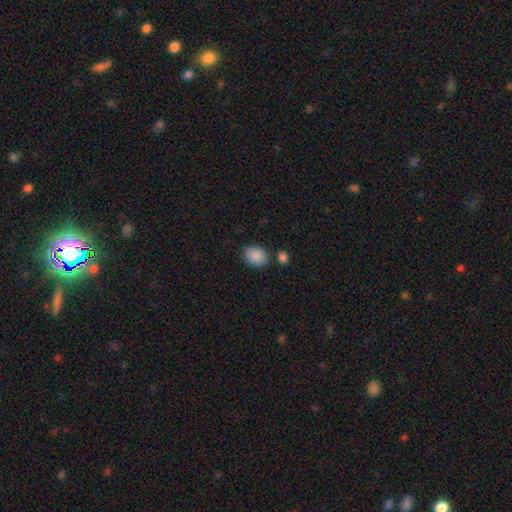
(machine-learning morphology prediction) This is clearly a smooth galaxy (89%). How rounded: likely in between (68%). Merging: likely none (79%).